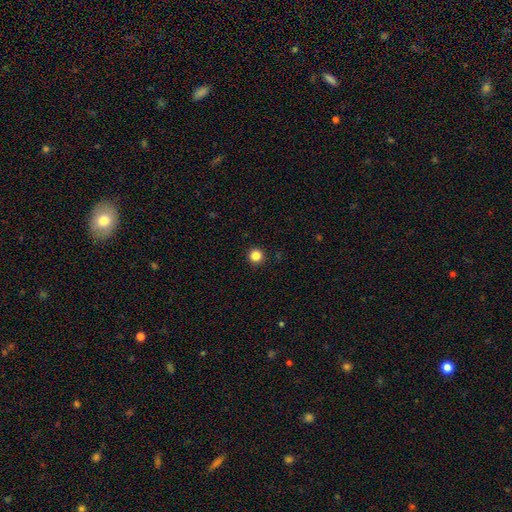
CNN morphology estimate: Q: Smooth or featured?
A: smooth (85%); runner-up: star or artifact (12%)
Q: How rounded?
A: round (96%); runner-up: in between (3%)
Q: Merging?
A: none (93%); runner-up: minor disturbance (4%)